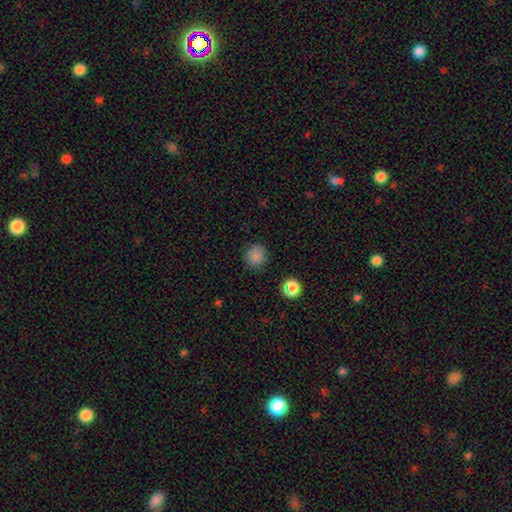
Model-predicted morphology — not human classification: Smooth or featured: smooth — 83% (star or artifact — 14%)
How rounded: round — 88% (in between — 11%)
Merging: none — 88% (minor disturbance — 8%)